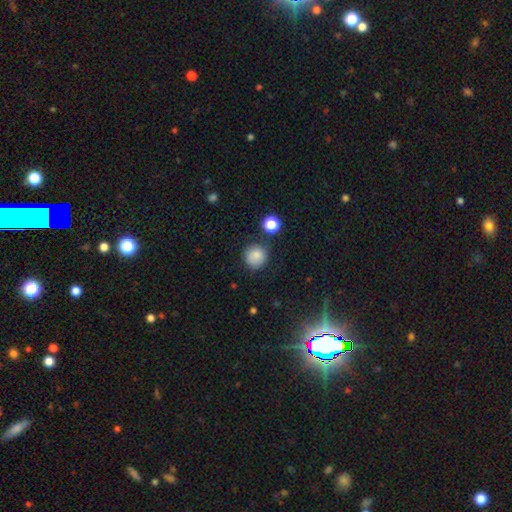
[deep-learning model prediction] Morphology: type=smooth (84%); roundness=round (91%); merging=none (78%).